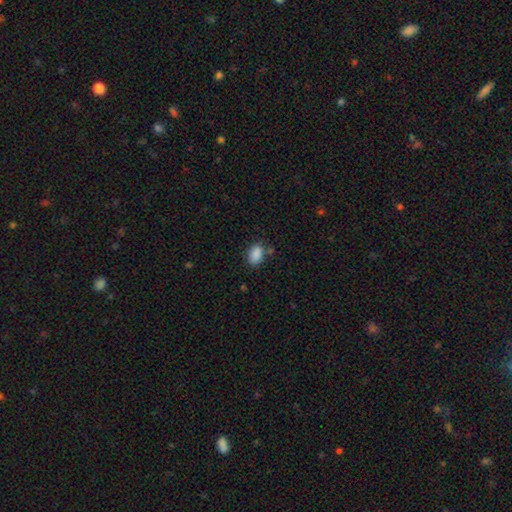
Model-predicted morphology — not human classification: Q: Smooth or featured?
A: smooth (88%); runner-up: star or artifact (9%)
Q: How rounded?
A: in between (88%); runner-up: round (11%)
Q: Merging?
A: none (75%); runner-up: minor disturbance (16%)